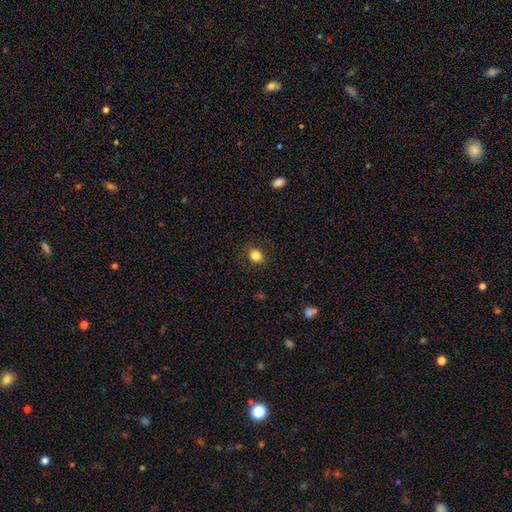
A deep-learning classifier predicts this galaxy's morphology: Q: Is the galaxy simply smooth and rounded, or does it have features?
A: smooth — 84%.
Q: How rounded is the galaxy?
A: round — 58%.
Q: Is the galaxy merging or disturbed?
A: none — 88%.